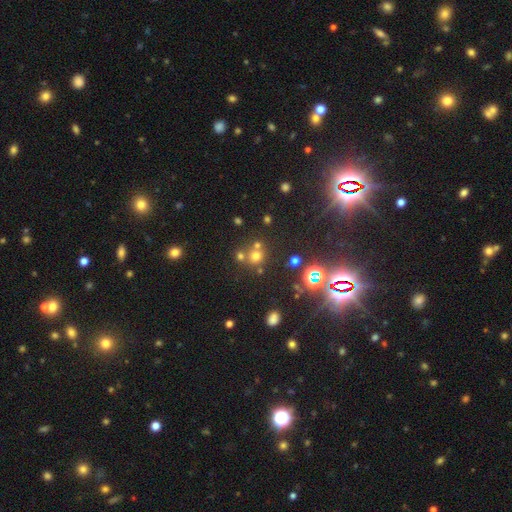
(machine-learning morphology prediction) Smooth or featured: smooth — 56% (star or artifact — 34%)
How rounded: round — 90% (in between — 9%)
Merging: none — 60% (merger — 28%)